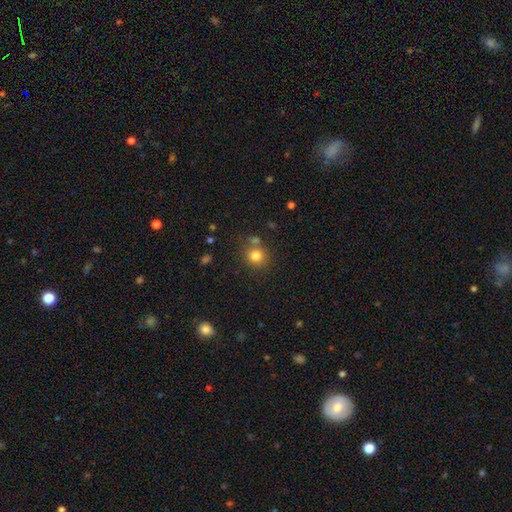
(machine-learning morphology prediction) type=smooth (81%); roundness=round (87%); merging=none (71%).